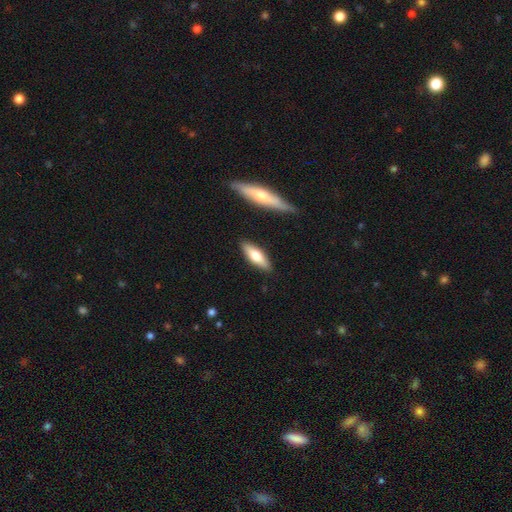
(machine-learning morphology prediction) type=smooth (59%); roundness=in between (50%); merging=none (86%).